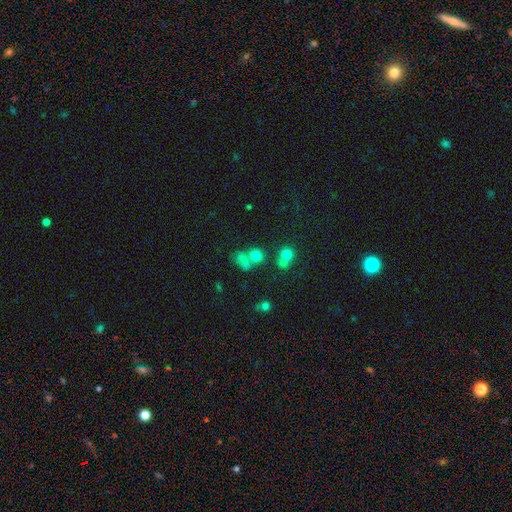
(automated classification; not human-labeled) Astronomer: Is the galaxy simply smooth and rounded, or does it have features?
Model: smooth — 65%.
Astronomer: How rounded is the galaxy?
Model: round — 73%.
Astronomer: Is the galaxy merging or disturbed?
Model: none — 47% (runner-up: merger, 37%).